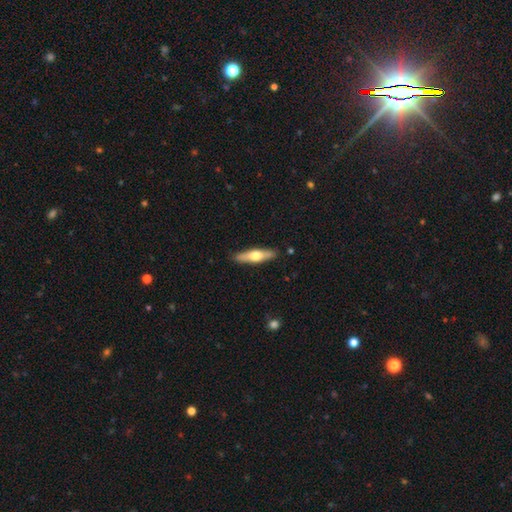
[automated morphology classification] A smooth galaxy with no disk features (51%) that is cigar-shaped (70%).

Vote fractions:
- Smooth or featured? smooth: 51% / featured or disk: 44% / star or artifact: 5%
- How rounded? cigar-shaped: 70% / in between: 28% / round: 2%
- Merging? none: 88% / minor disturbance: 9% / major disturbance: 2% / merger: 1%